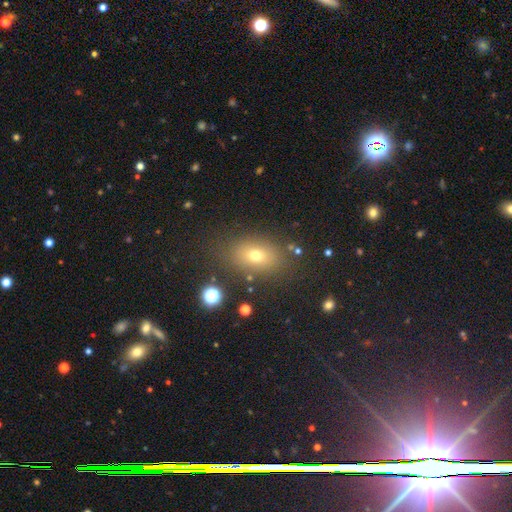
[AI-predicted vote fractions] Morphology: type=smooth (68%); roundness=in between (73%); merging=none (80%).